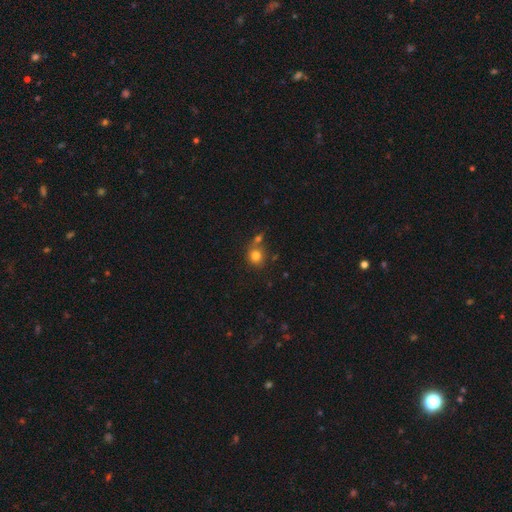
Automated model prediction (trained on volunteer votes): Smooth or featured? smooth (80%)
How rounded? round (82%)
Merging? none (55%)